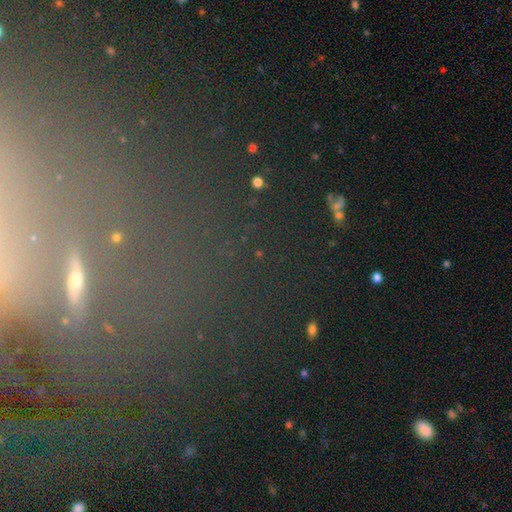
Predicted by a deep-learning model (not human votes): Smooth or featured: star or artifact — 62% (featured or disk — 20%)